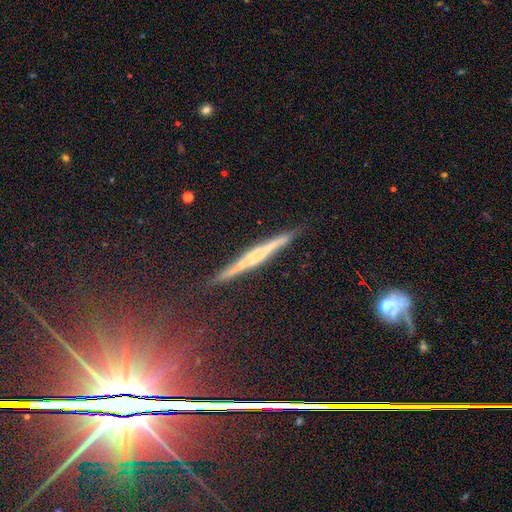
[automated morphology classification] smooth_or_featured: featured or disk (p=0.65) [alt: smooth p=0.22]
disk_edge_on: yes (p=0.96) [alt: no p=0.04]
edge_on_bulge: none (p=0.41) [alt: rounded p=0.38]
merging: none (p=0.86) [alt: minor disturbance p=0.10]